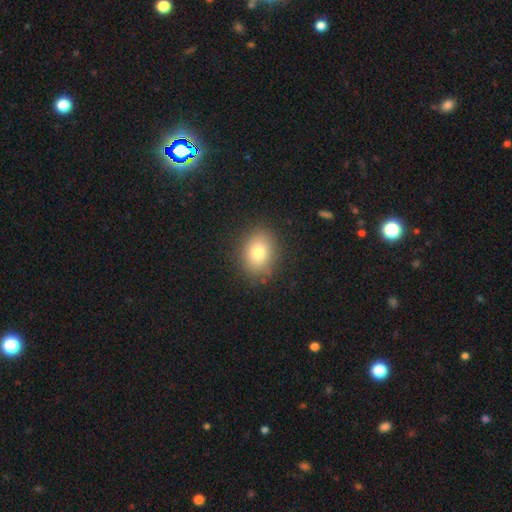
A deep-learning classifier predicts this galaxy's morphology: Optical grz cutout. It shows a smooth galaxy with no disk features (79%) that is in between round and cigar-shaped (58%). Merging: none (85%).